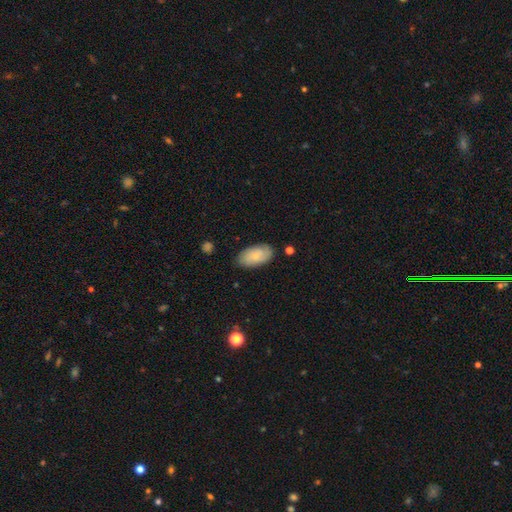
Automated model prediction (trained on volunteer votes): smooth 75%, featured or disk 19%, star or artifact 6%. Down the decision tree: how rounded — in between (95%); merging — none (81%).